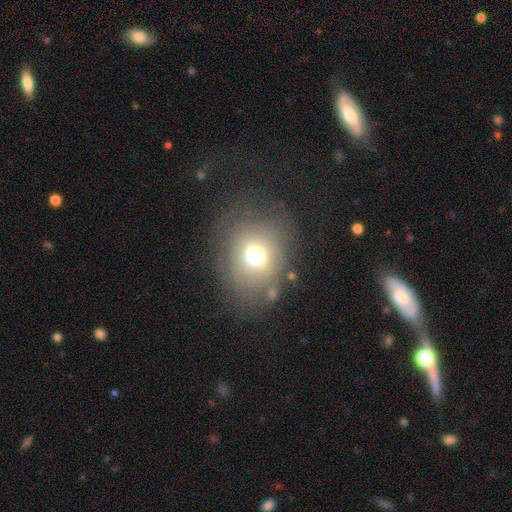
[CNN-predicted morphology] The model was most divided on "how rounded": round: 62%, in between: 37%, cigar-shaped: 1%. More confident: merging — none (66%); smooth or featured — smooth (63%).